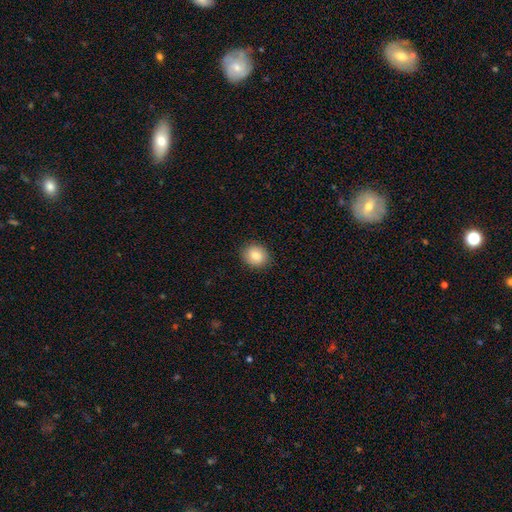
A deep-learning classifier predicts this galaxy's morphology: Smooth or featured? Predicted: smooth (p=0.84). How rounded? Predicted: round (p=0.72). Merging? Predicted: none (p=0.89).